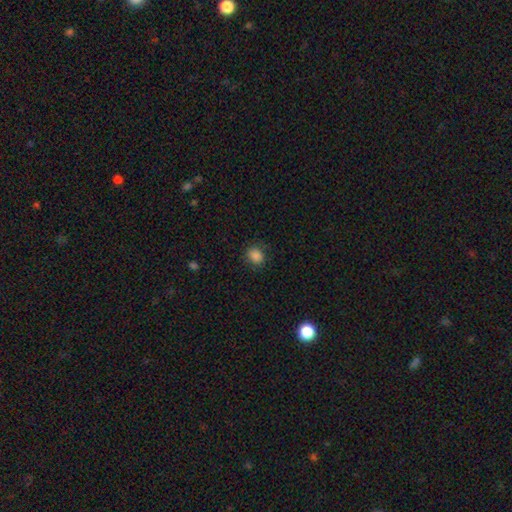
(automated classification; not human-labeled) This appears to be a smooth galaxy with no disk features (85%) that is round (60%). Merging: none (81%).